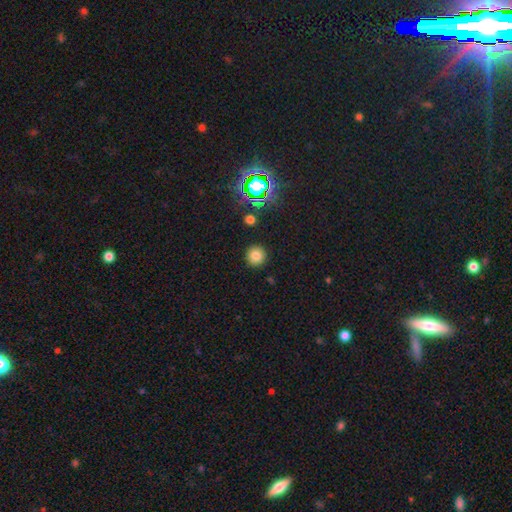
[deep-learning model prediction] The model was most divided on "smooth or featured": smooth: 78%, star or artifact: 16%, featured or disk: 6%. More confident: how rounded — round (95%); merging — none (90%).